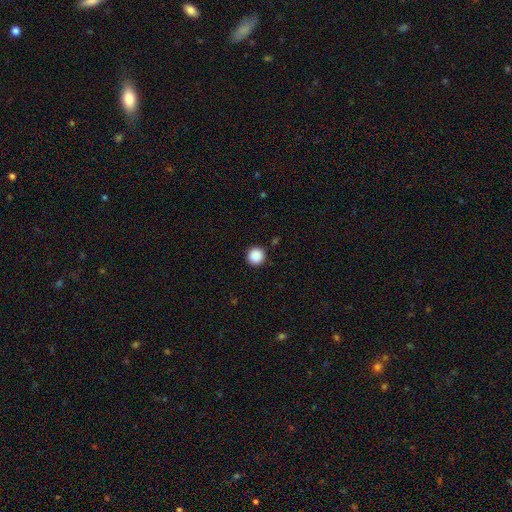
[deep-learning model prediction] A smooth galaxy with no disk features (88%) that is round (95%).

Vote fractions:
- Smooth or featured? smooth: 88% / star or artifact: 9% / featured or disk: 2%
- How rounded? round: 95% / in between: 4% / cigar-shaped: 1%
- Merging? none: 92% / minor disturbance: 5% / major disturbance: 2% / merger: 1%